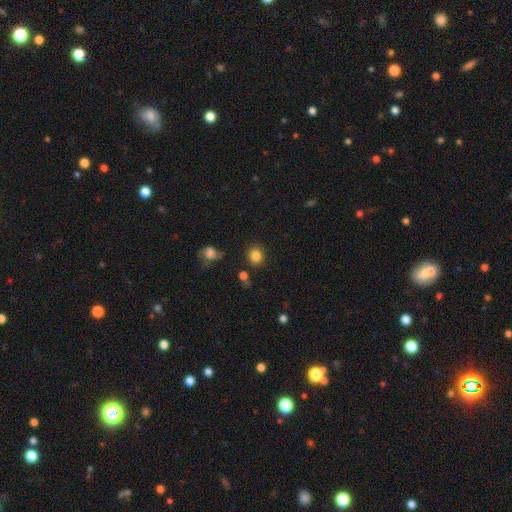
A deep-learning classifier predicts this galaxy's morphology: A smooth galaxy with no disk features (84%) that is round (87%). Merging: none (86%).